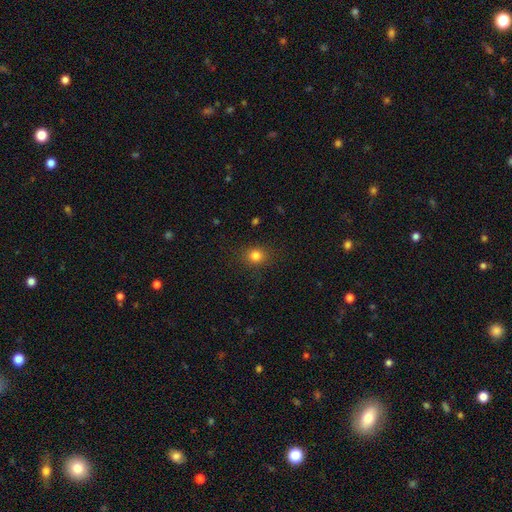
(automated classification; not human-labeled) smooth_or_featured: smooth (p=0.81) [alt: star or artifact p=0.13]
how_rounded: round (p=0.76) [alt: in between p=0.23]
merging: none (p=0.88) [alt: minor disturbance p=0.08]